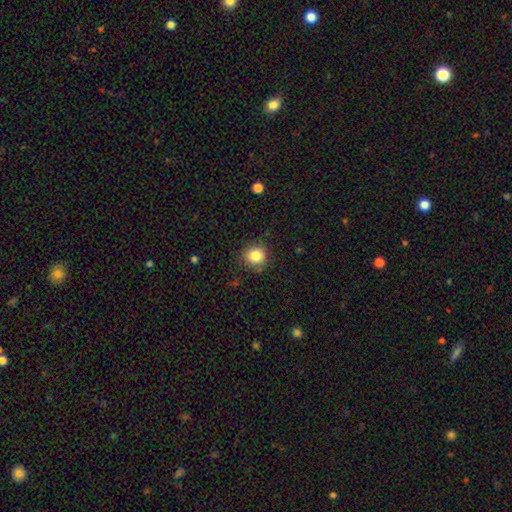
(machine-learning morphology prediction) Overall: smooth (84%). How rounded: round (90%). Merging: none (86%).